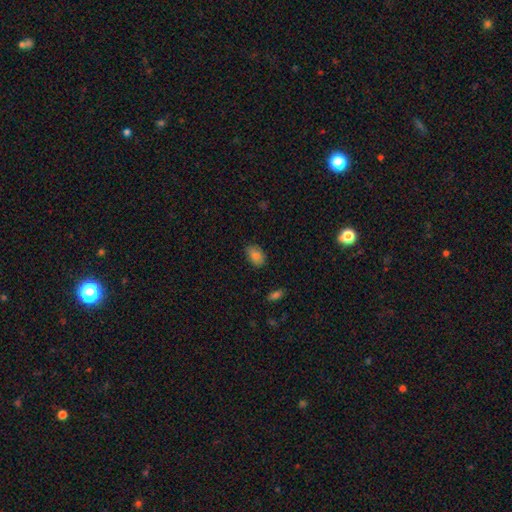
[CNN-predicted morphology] The model was most divided on "merging": none: 79%, minor disturbance: 17%, major disturbance: 3%, merger: 1%. More confident: smooth or featured — smooth (82%); how rounded — in between (82%).